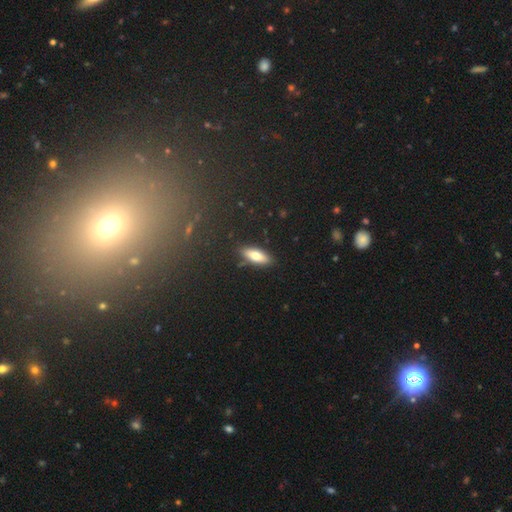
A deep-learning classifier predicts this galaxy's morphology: This is likely a smooth galaxy (72%). How rounded: likely in between (66%). Merging: clearly none (85%).